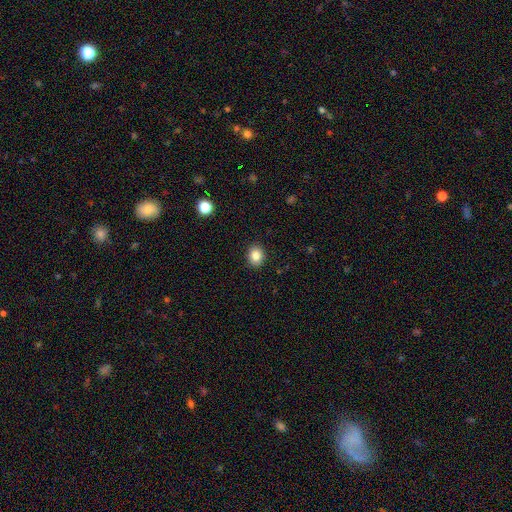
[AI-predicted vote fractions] A smooth galaxy with no disk features (84%) that is round (55%).

Vote fractions:
- Smooth or featured? smooth: 84% / star or artifact: 10% / featured or disk: 6%
- How rounded? round: 55% / in between: 44% / cigar-shaped: 1%
- Merging? none: 91% / minor disturbance: 6% / major disturbance: 2% / merger: 1%